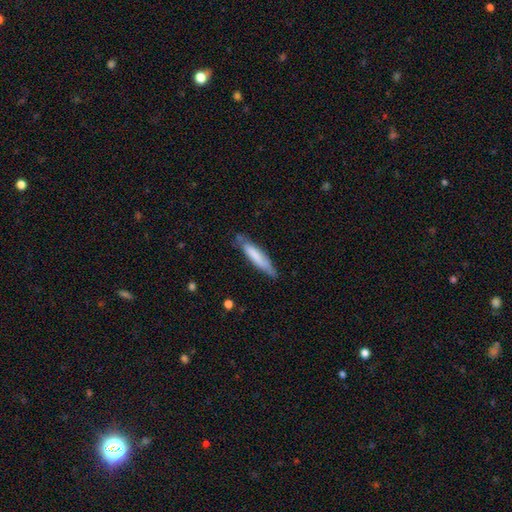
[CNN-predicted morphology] Q: Smooth or featured?
A: smooth (70%); runner-up: featured or disk (24%)
Q: How rounded?
A: cigar-shaped (83%); runner-up: in between (16%)
Q: Merging?
A: none (70%); runner-up: minor disturbance (24%)